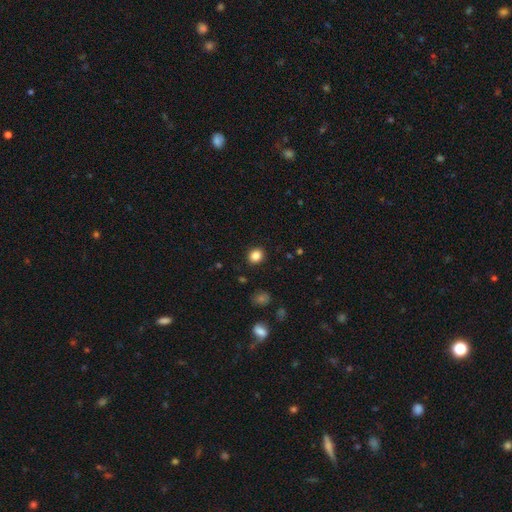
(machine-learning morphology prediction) The model was most divided on "how rounded": round: 71%, in between: 28%, cigar-shaped: 1%. More confident: merging — none (90%); smooth or featured — smooth (85%).